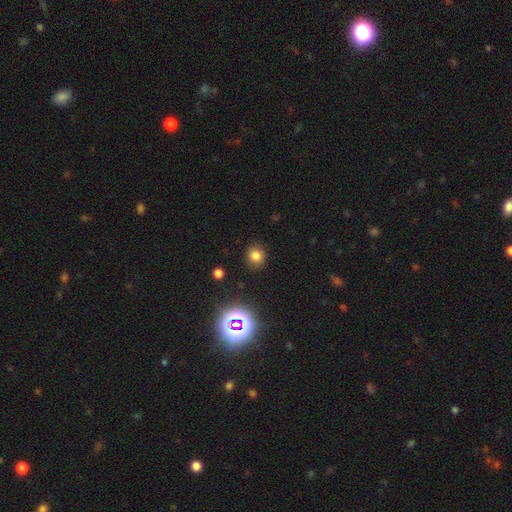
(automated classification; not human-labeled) Smooth or featured: smooth — 76% (star or artifact — 18%)
How rounded: round — 81% (in between — 18%)
Merging: none — 87% (minor disturbance — 9%)